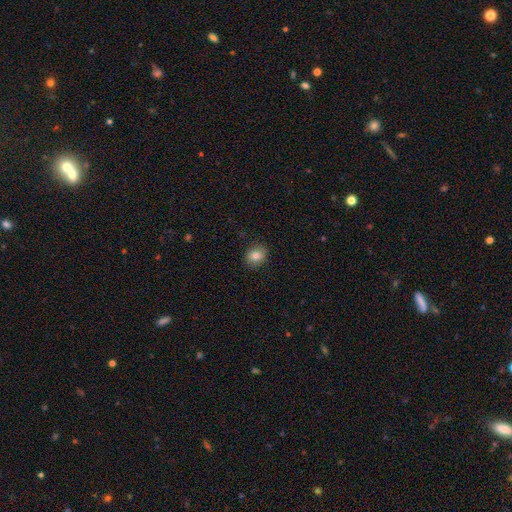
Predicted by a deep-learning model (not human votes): Morphology: type=smooth (81%); roundness=round (63%); merging=none (88%).